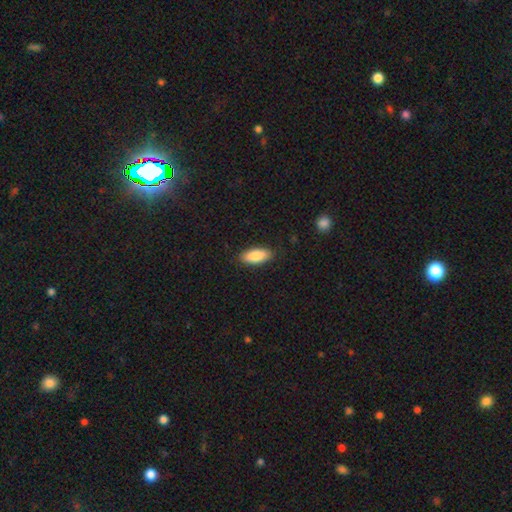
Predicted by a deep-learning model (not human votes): Smooth or featured: smooth — 87% (featured or disk — 7%)
How rounded: in between — 84% (cigar-shaped — 14%)
Merging: none — 87% (minor disturbance — 9%)